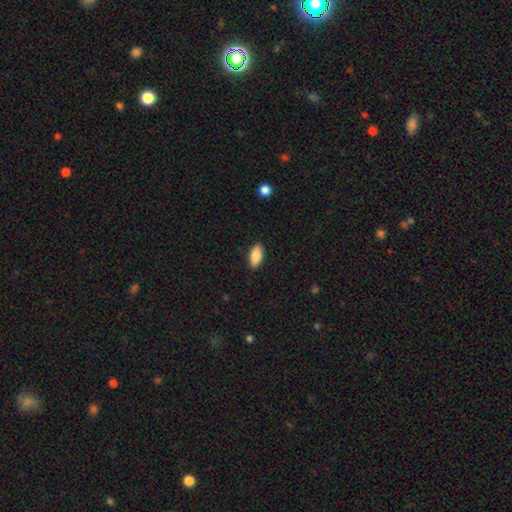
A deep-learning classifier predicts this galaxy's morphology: type=smooth (87%); roundness=in between (87%); merging=none (89%).